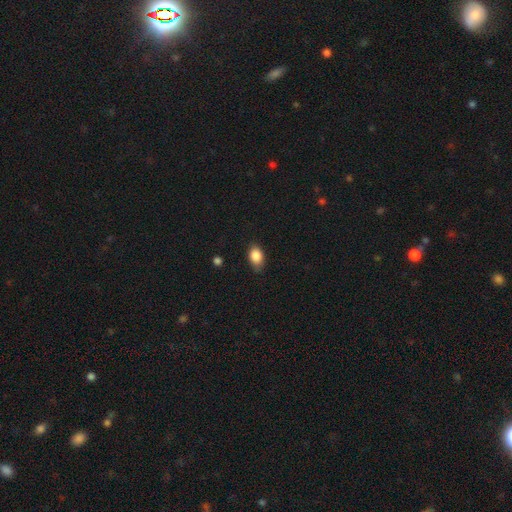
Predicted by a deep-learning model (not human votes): Morphology: type=smooth (86%); roundness=in between (82%); merging=none (74%).